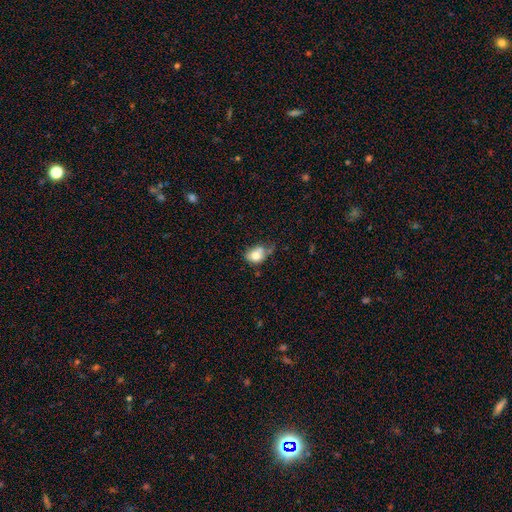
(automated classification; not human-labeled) Smooth or featured: smooth — 74% (featured or disk — 16%)
How rounded: in between — 59% (round — 39%)
Merging: none — 38% (minor disturbance — 30%)